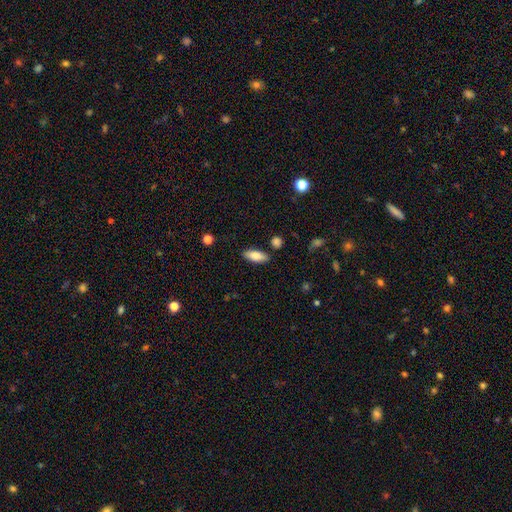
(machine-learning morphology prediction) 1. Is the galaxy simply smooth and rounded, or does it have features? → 81% smooth, 13% featured or disk, 6% star or artifact.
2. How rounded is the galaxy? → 75% in between, 23% cigar-shaped, 2% round.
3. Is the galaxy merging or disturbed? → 85% none, 10% minor disturbance, 2% merger, 2% major disturbance.